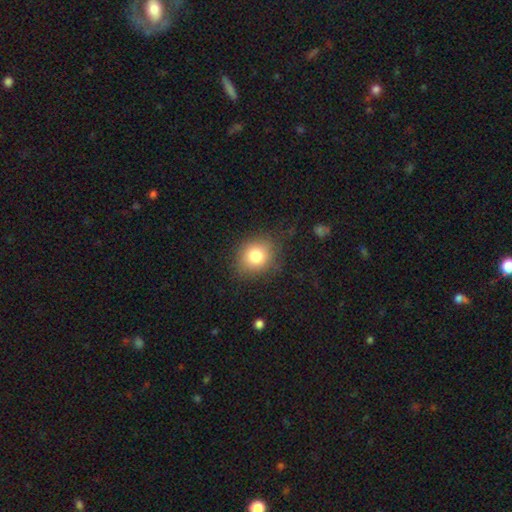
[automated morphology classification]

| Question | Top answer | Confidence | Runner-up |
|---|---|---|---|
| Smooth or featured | smooth | 80% | star or artifact (11%) |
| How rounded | round | 73% | in between (26%) |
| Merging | none | 82% | minor disturbance (13%) |